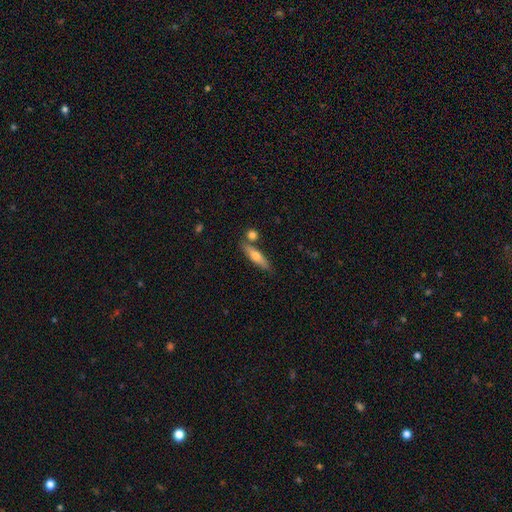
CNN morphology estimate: Smooth or featured: smooth — 57% (featured or disk — 36%)
How rounded: cigar-shaped — 72% (in between — 25%)
Merging: none — 75% (minor disturbance — 12%)